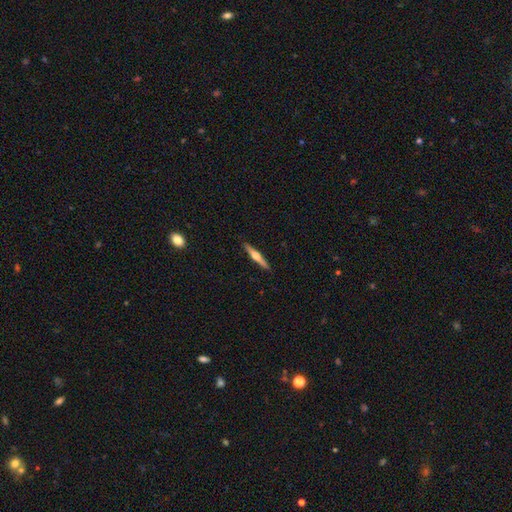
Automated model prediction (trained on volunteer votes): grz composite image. It shows a featured or disk galaxy (63%) viewed edge-on (98%) with a rounded central bulge (92%). Merging: none (91%).